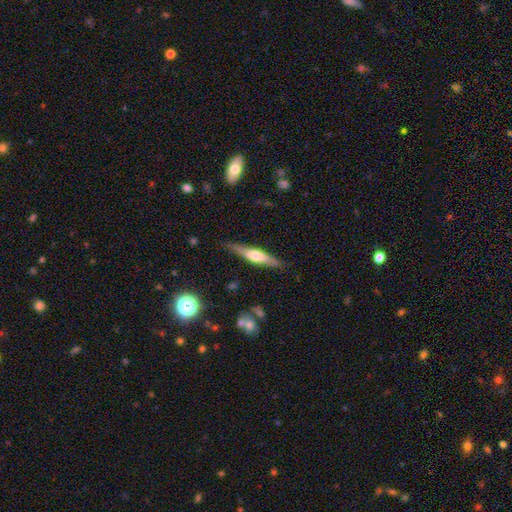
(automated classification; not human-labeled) A featured or disk galaxy (58%) viewed edge-on (92%) with a rounded central bulge (82%). Merging: none (83%).